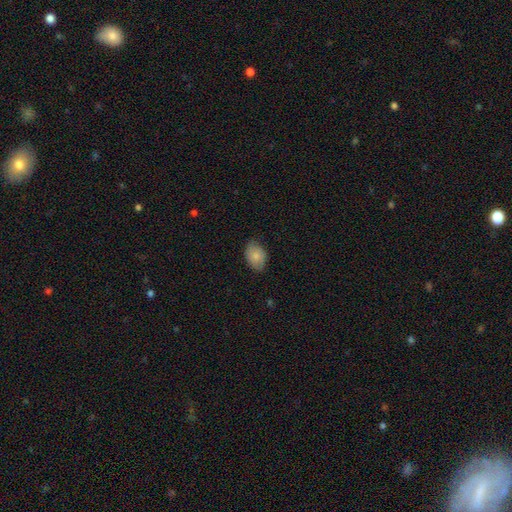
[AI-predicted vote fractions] The model was most divided on "merging": none: 71%, minor disturbance: 24%, major disturbance: 4%, merger: 1%. More confident: how rounded — in between (82%); smooth or featured — smooth (78%).